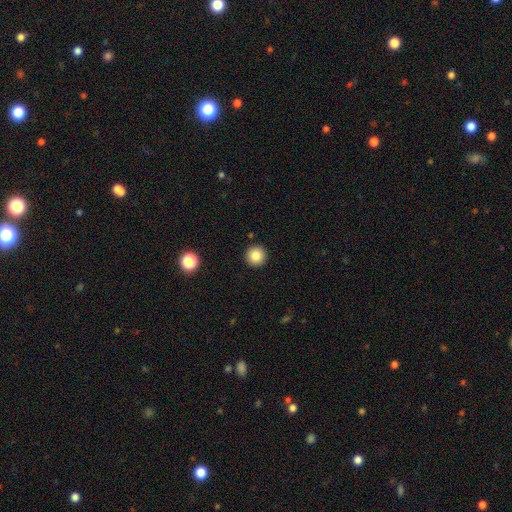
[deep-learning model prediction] A smooth galaxy with no disk features (85%) that is round (96%). Merging: none (92%).